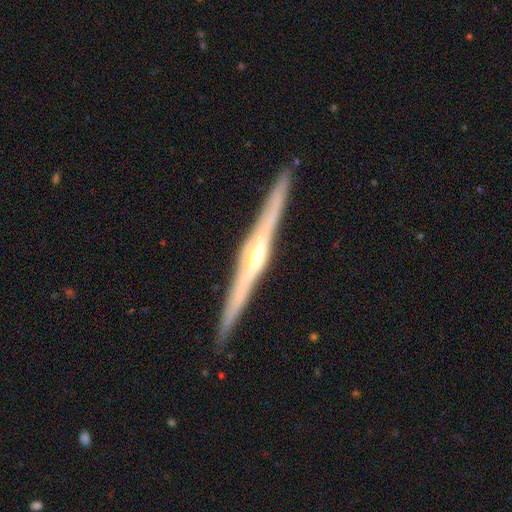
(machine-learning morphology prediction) A featured or disk galaxy (83%) viewed edge-on (98%) with a rounded central bulge (72%).

Vote fractions:
- Smooth or featured? featured or disk: 83% / smooth: 12% / star or artifact: 5%
- Edge-on disk? yes: 98% / no: 2%
- Edge-on bulge? rounded: 72% / none: 14% / boxy: 13%
- Merging? none: 91% / minor disturbance: 7% / major disturbance: 1% / merger: 1%